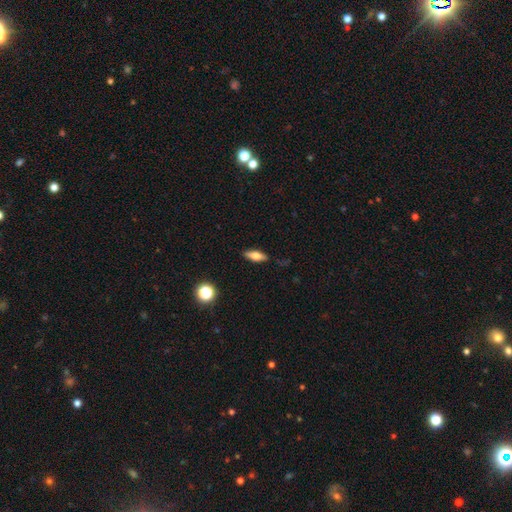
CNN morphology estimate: smooth 62%, featured or disk 30%, star or artifact 8%. Down the decision tree: how rounded — in between (64%); merging — none (85%).